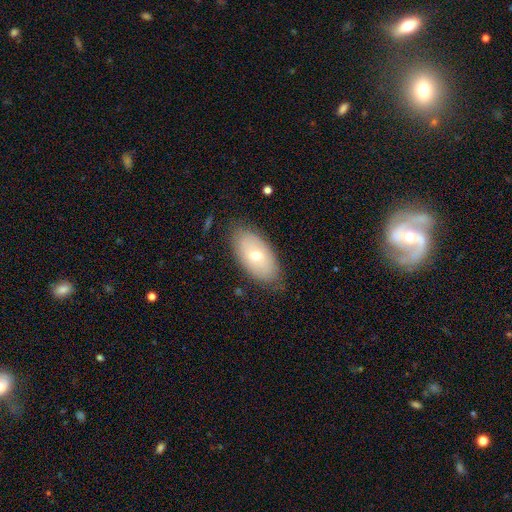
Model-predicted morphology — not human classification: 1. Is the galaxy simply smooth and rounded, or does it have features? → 61% smooth, 32% featured or disk, 7% star or artifact.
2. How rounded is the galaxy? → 93% in between, 4% round, 3% cigar-shaped.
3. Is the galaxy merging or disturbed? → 80% none, 15% minor disturbance, 3% major disturbance, 1% merger.